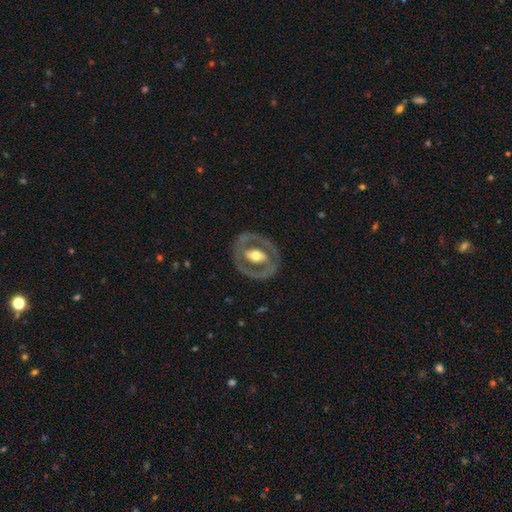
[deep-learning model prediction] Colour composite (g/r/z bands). It shows a featured or disk galaxy (72%) with no bar (45%), no spiral arms (71%) and a moderate central bulge (68%). Merging: none (77%).